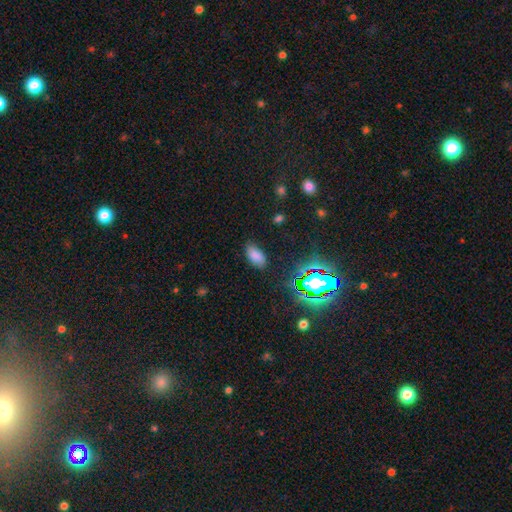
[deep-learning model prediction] A smooth galaxy with no disk features (76%) that is in between round and cigar-shaped (92%). Merging: none (80%).